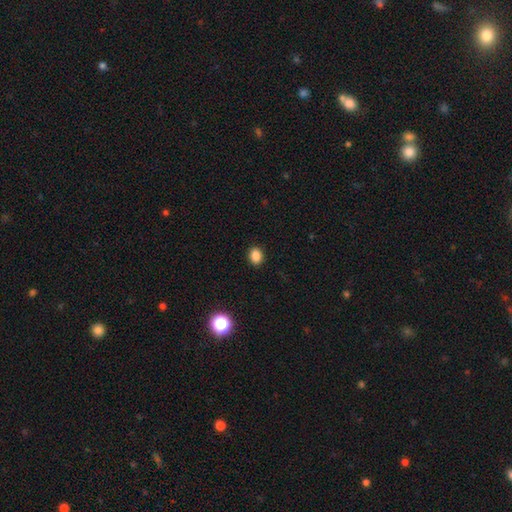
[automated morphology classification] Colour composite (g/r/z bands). It shows a smooth galaxy with no disk features (86%) that is in between round and cigar-shaped (53%). Merging: none (91%).